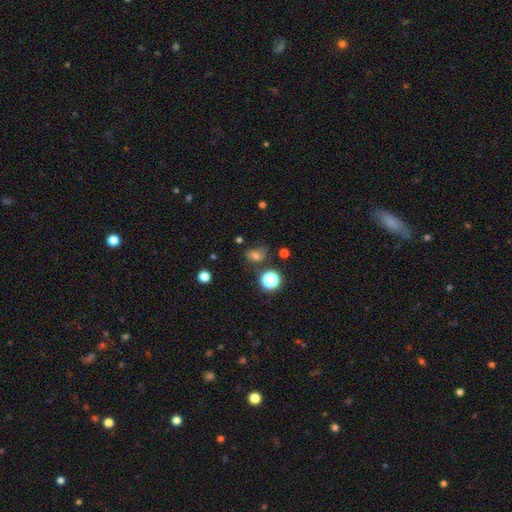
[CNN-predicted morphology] A smooth galaxy with no disk features (56%) that is in between round and cigar-shaped (53%).

Vote fractions:
- Smooth or featured? smooth: 56% / star or artifact: 29% / featured or disk: 15%
- How rounded? in between: 53% / round: 46% / cigar-shaped: 2%
- Merging? none: 64% / minor disturbance: 21% / major disturbance: 10% / merger: 5%